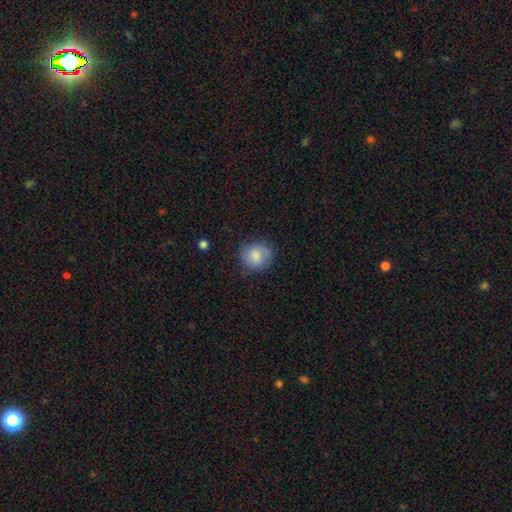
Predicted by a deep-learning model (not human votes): Smooth or featured? Predicted: smooth (p=0.75). How rounded? Predicted: round (p=0.83). Merging? Predicted: none (p=0.73).